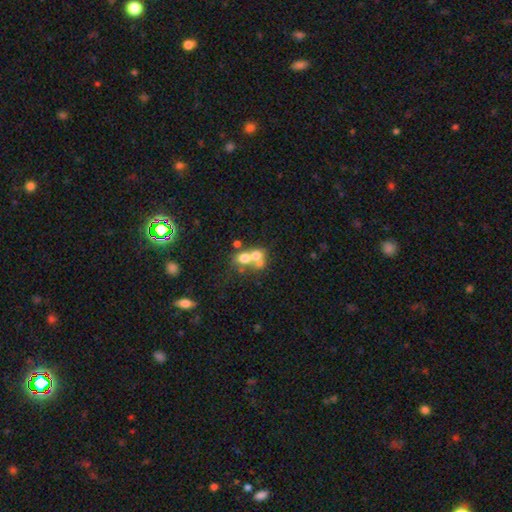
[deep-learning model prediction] Overall: smooth (60%; featured or disk 27%). How rounded: round (59%; in between 39%). Merging: merger (66%).